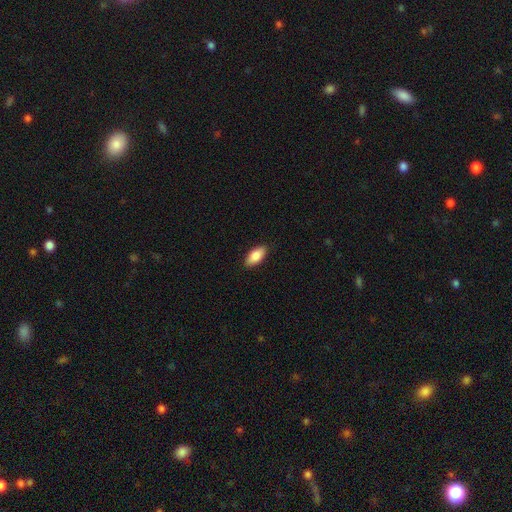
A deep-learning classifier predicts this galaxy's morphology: Smooth or featured?
  - smooth: 85% *
  - featured or disk: 8%
  - star or artifact: 6%
How rounded?
  - in between: 90% *
  - cigar-shaped: 7%
  - round: 3%
Merging?
  - none: 88% *
  - minor disturbance: 9%
  - major disturbance: 2%
  - merger: 1%